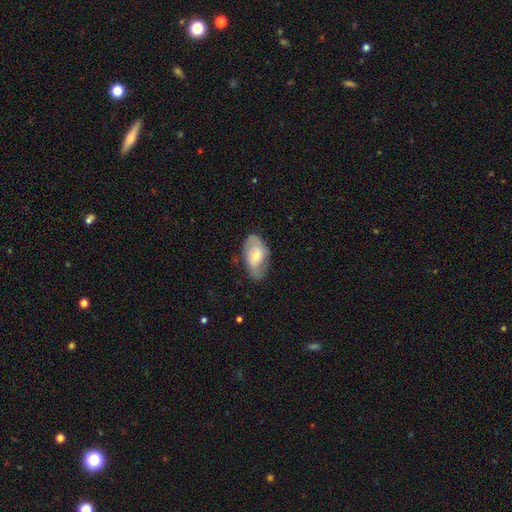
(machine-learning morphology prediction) A featured or disk galaxy (53%). Merging: none (68%).